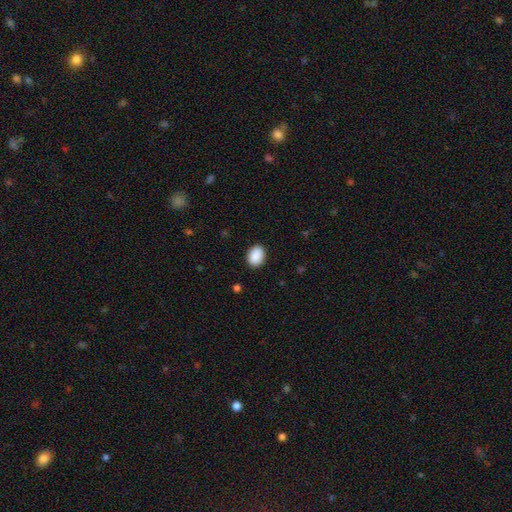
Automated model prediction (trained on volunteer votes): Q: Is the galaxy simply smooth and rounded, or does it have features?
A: smooth — 90%.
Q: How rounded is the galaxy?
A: in between — 73%.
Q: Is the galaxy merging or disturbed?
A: none — 88%.